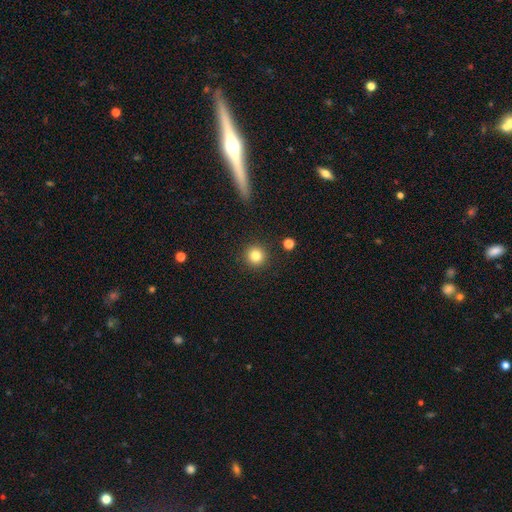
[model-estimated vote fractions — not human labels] Q: Smooth or featured?
A: smooth (83%); runner-up: star or artifact (11%)
Q: How rounded?
A: round (94%); runner-up: in between (5%)
Q: Merging?
A: none (91%); runner-up: minor disturbance (6%)